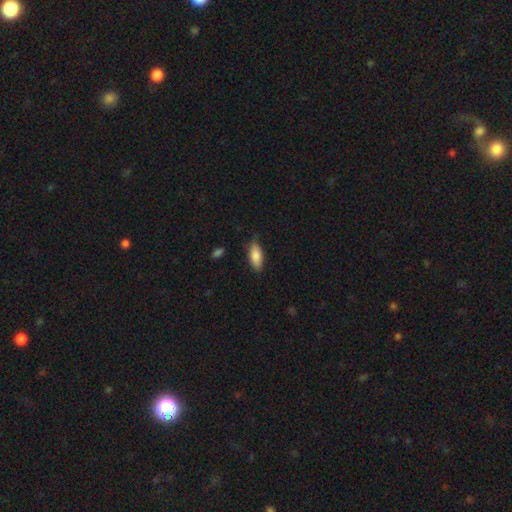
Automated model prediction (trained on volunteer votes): A smooth galaxy with no disk features (83%) that is in between round and cigar-shaped (78%). Merging: none (79%).